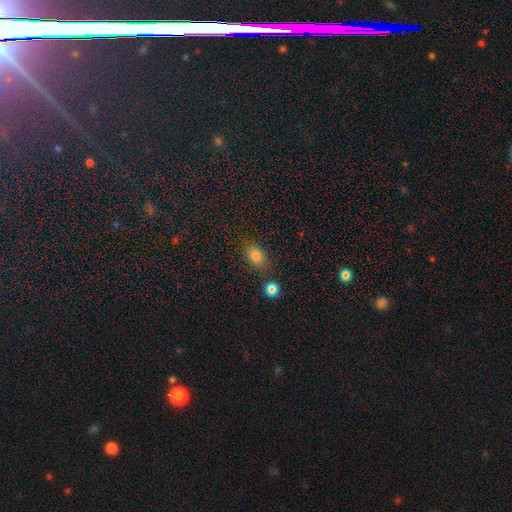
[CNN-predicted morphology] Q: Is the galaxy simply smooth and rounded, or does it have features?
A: smooth — 81%.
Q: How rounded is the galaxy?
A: in between — 69%.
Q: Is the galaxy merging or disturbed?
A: none — 78%.